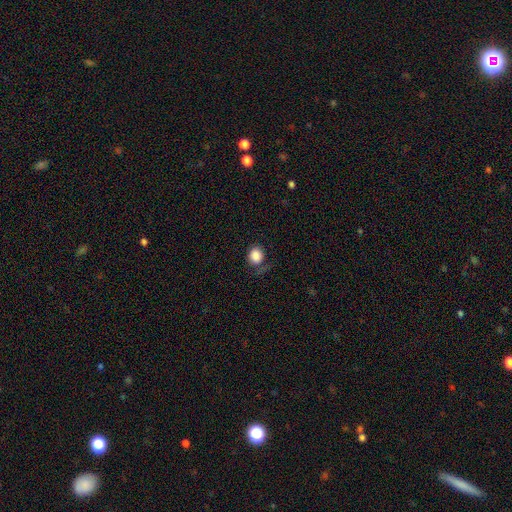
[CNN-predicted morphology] Smooth or featured? smooth (85%)
How rounded? round (73%)
Merging? none (67%)